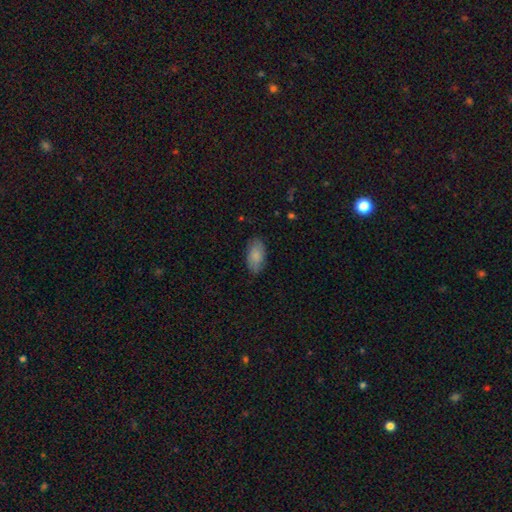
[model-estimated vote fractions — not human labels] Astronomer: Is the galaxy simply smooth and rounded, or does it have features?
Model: smooth — 80%.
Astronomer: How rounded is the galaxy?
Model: in between — 94%.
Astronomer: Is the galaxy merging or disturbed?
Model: none — 80%.